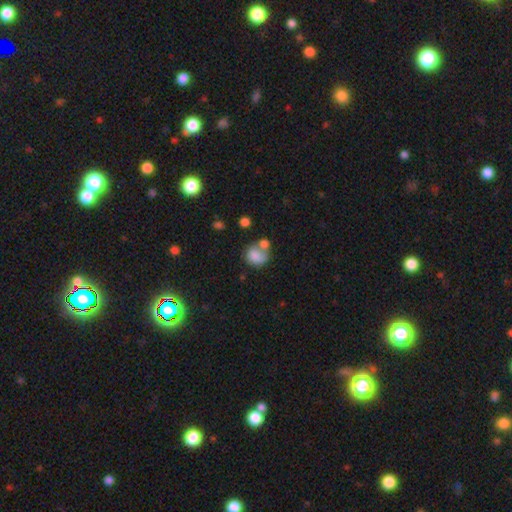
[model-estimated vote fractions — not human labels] A smooth galaxy with no disk features (78%) that is round (66%).

Vote fractions:
- Smooth or featured? smooth: 78% / featured or disk: 12% / star or artifact: 10%
- How rounded? round: 66% / in between: 33% / cigar-shaped: 1%
- Merging? none: 37% (tied) / merger: 37% (tied) / minor disturbance: 16% / major disturbance: 10%